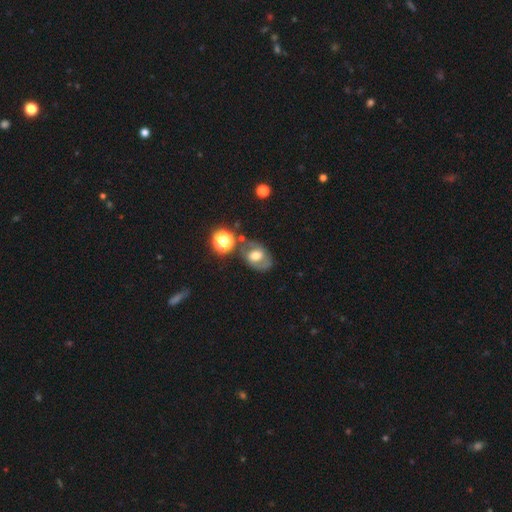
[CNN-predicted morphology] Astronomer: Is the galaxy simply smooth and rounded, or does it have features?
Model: smooth — 46% (runner-up: featured or disk, 43%).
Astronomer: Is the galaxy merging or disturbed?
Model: none — 61%.